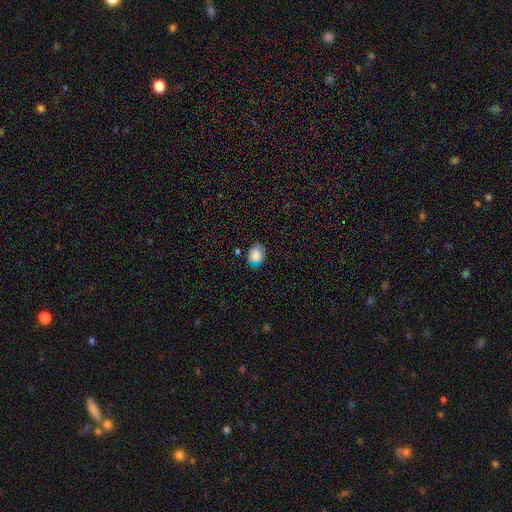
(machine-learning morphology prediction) Overall: smooth (84%). How rounded: in between (68%; round 31%). Merging: none (73%).